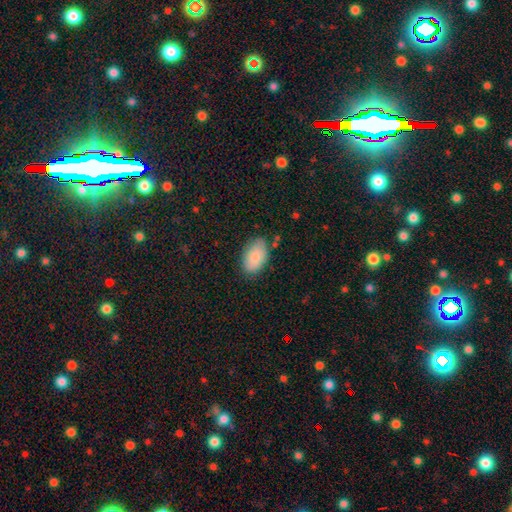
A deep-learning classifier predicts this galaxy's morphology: Smooth or featured? smooth (86%)
How rounded? in between (93%)
Merging? none (80%)